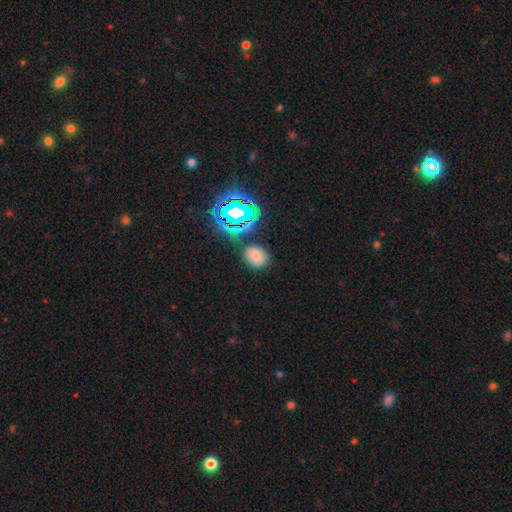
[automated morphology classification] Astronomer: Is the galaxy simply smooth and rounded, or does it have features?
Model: smooth — 70%.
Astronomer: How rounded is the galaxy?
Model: in between — 51% (runner-up: round, 48%).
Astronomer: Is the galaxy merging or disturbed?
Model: none — 82%.